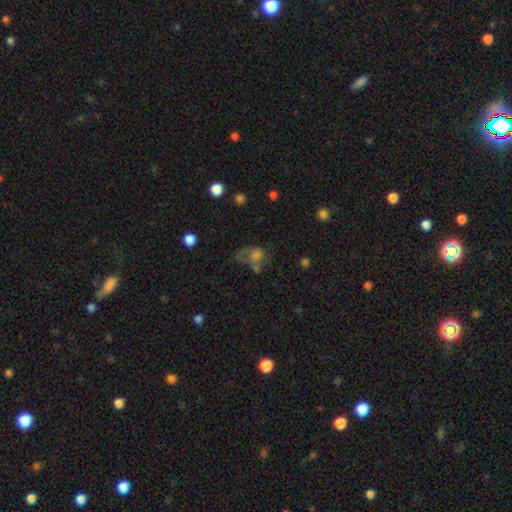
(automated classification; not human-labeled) Morphology: type=smooth (47%); merging=major disturbance (34%).